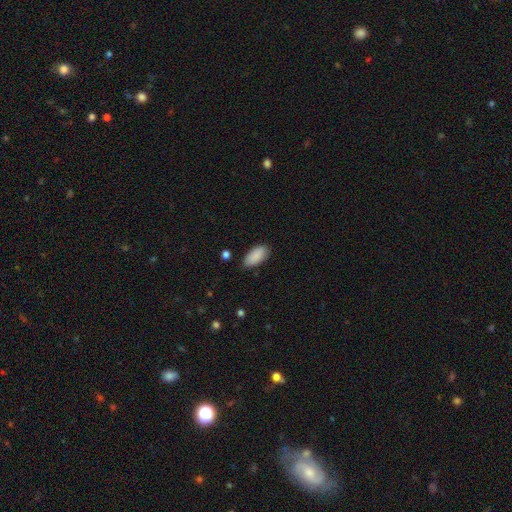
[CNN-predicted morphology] This appears to be a smooth galaxy with no disk features (90%) that is in between round and cigar-shaped (93%). Merging: none (80%).